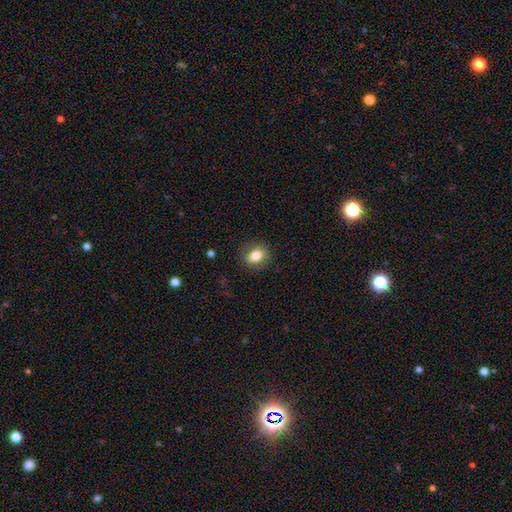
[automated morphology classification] This appears to be a smooth galaxy with no disk features (79%) that is in between round and cigar-shaped (52%). Merging: none (83%).